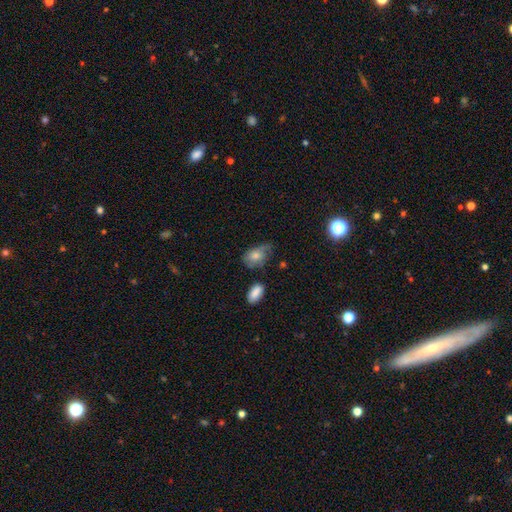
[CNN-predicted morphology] Smooth or featured? smooth (68%)
How rounded? in between (83%)
Merging? none (39%)